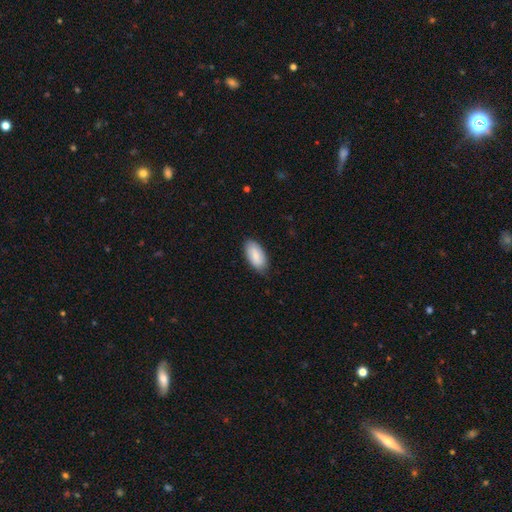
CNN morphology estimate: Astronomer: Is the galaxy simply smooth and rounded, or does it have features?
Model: smooth — 83%.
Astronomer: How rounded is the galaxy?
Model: in between — 93%.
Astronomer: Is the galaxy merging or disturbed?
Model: none — 75%.